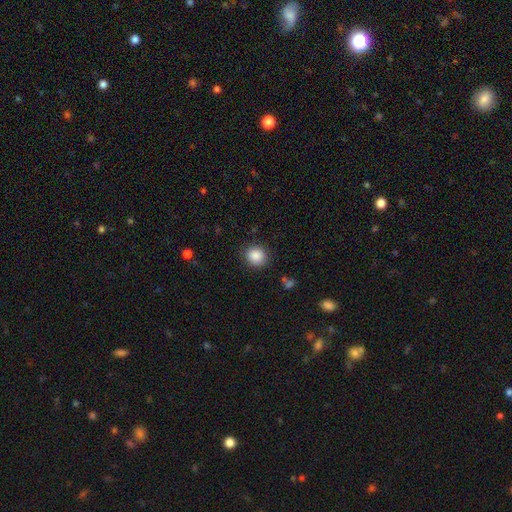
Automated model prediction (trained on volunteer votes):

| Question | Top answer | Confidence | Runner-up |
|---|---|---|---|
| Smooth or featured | smooth | 87% | star or artifact (9%) |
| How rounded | round | 83% | in between (16%) |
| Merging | none | 88% | minor disturbance (8%) |